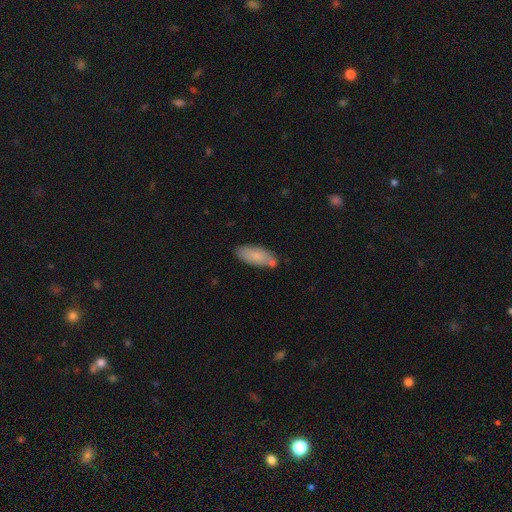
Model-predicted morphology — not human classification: smooth-or-featured: smooth: 83% | featured or disk: 10% | star or artifact: 6%
  how-rounded: in between: 82% | cigar-shaped: 16% | round: 2%
  merging: none: 70% | minor disturbance: 17% | merger: 10% | major disturbance: 3%